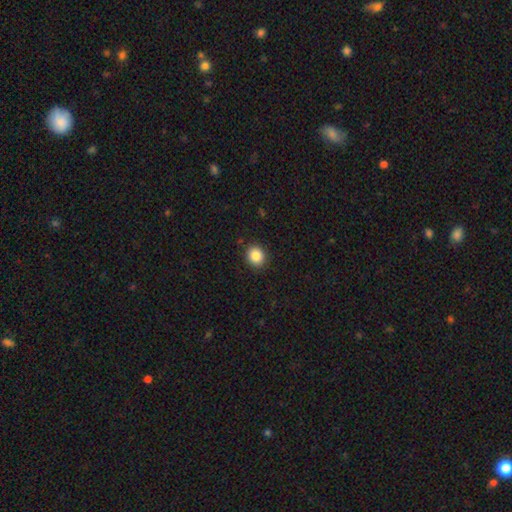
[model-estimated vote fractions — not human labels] A smooth galaxy with no disk features (86%) that is round (77%). Merging: none (90%).